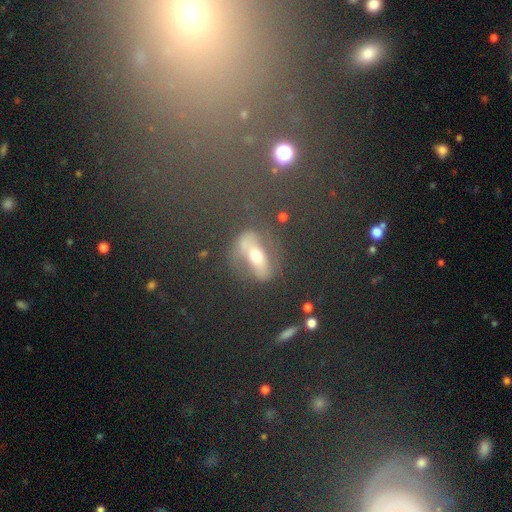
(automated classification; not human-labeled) Overall: featured or disk (35%; star or artifact 33%). Merging: none (72%).